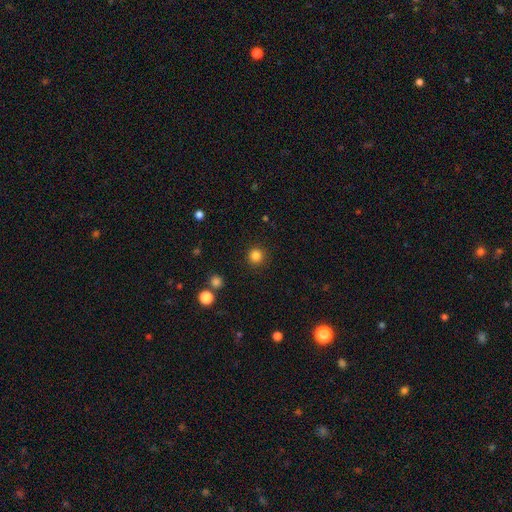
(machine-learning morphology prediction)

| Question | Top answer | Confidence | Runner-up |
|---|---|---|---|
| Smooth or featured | smooth | 83% | star or artifact (13%) |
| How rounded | round | 95% | in between (4%) |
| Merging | none | 91% | minor disturbance (5%) |